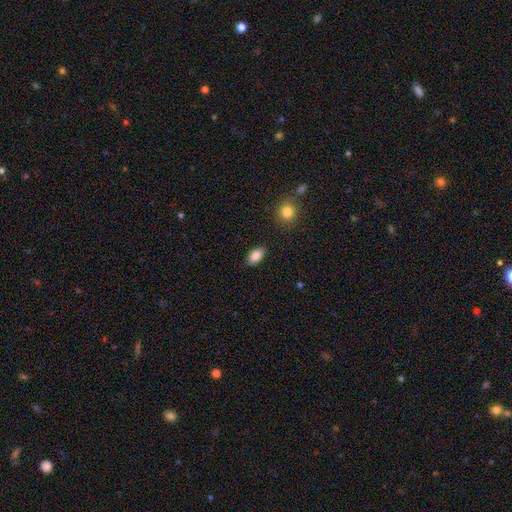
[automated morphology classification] This appears to be a smooth galaxy with no disk features (85%) that is in between round and cigar-shaped (91%). Merging: none (87%).